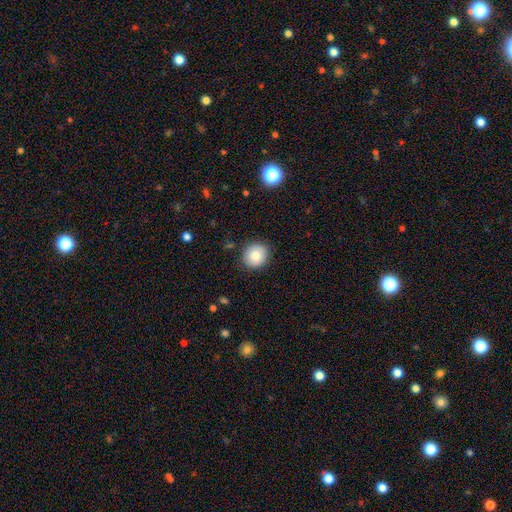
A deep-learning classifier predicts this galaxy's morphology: smooth 82%, featured or disk 9%, star or artifact 9%. Down the decision tree: how rounded — round (87%); merging — none (88%).